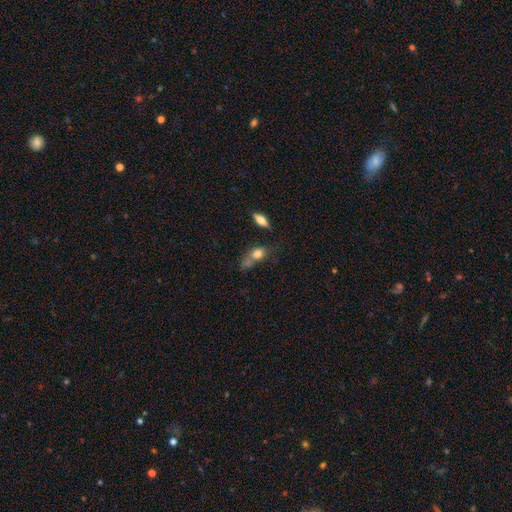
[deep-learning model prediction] The model was most divided on "merging": none: 32%, merger: 26%, minor disturbance: 23%, major disturbance: 19%. More confident: smooth or featured — smooth (73%); how rounded — in between (65%).